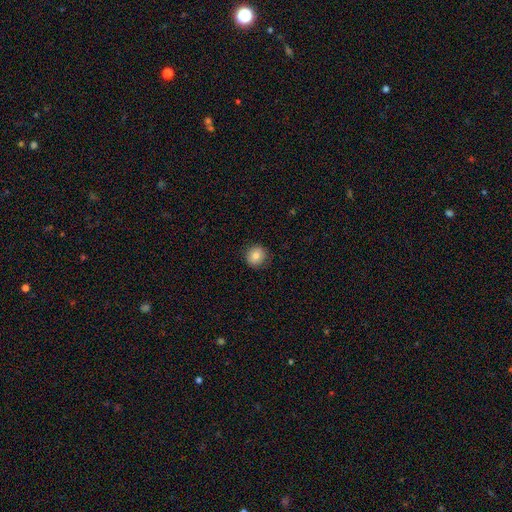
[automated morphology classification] Overall: smooth (82%). How rounded: round (88%). Merging: none (88%).